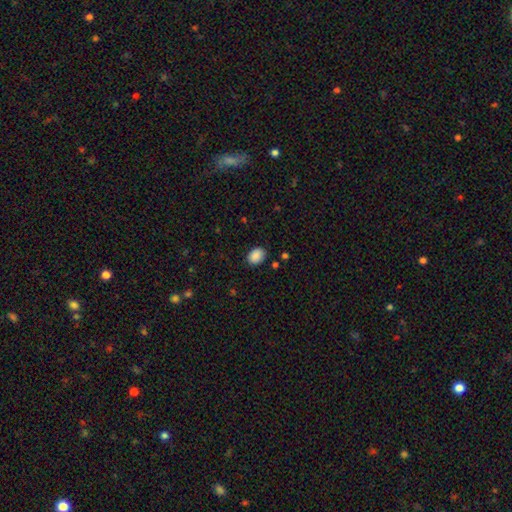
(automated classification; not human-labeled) smooth-or-featured: smooth: 89% | star or artifact: 8% | featured or disk: 4%
  how-rounded: in between: 71% | round: 28% | cigar-shaped: 1%
  merging: none: 86% | minor disturbance: 10% | major disturbance: 2% | merger: 2%